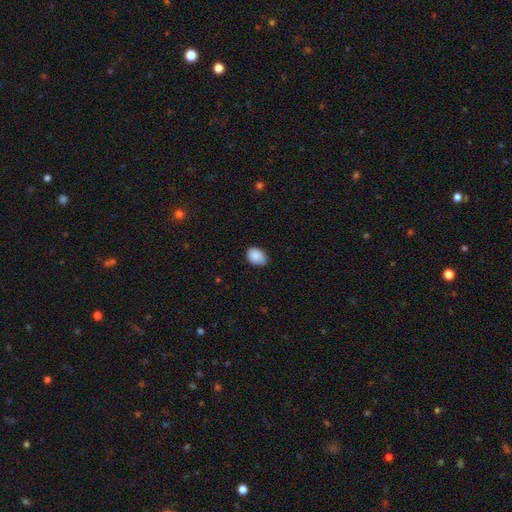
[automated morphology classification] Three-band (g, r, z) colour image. It shows a smooth galaxy with no disk features (89%) that is in between round and cigar-shaped (76%). Merging: none (78%).